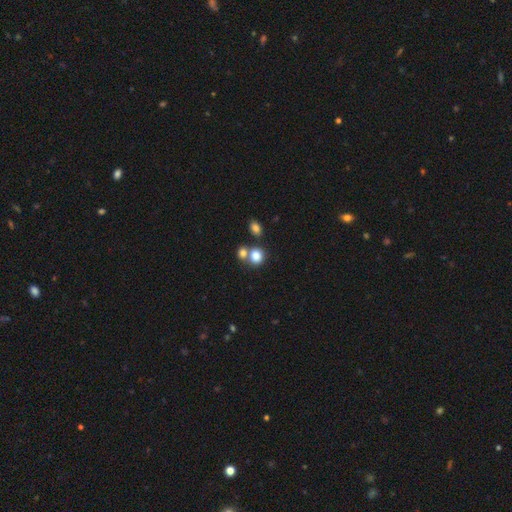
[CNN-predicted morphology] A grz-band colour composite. It shows a smooth galaxy with no disk features (81%) that is round (71%). Merging: none (48%).